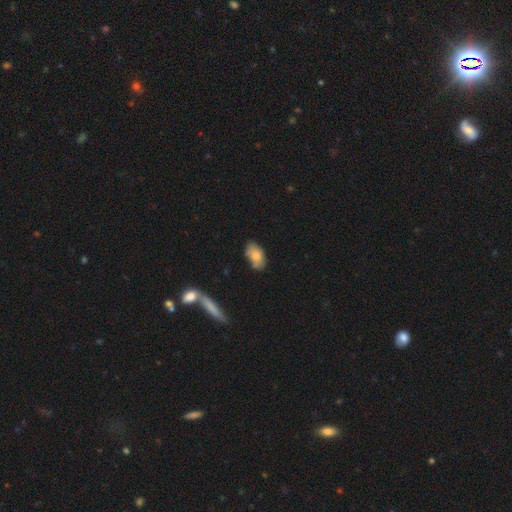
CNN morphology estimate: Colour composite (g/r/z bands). It shows a smooth galaxy with no disk features (75%) that is in between round and cigar-shaped (91%). Merging: none (66%).